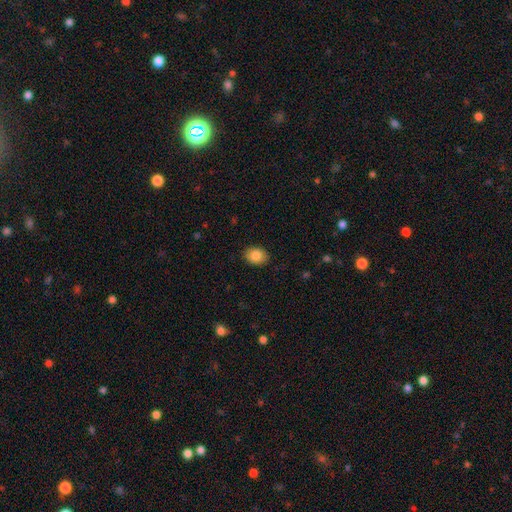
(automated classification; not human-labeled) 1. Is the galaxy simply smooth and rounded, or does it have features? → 87% smooth, 8% star or artifact, 5% featured or disk.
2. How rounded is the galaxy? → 64% in between, 35% round, 1% cigar-shaped.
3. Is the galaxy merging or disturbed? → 88% none, 9% minor disturbance, 2% major disturbance, 1% merger.